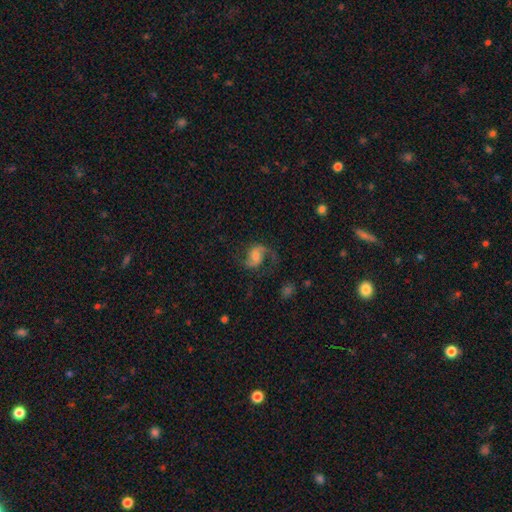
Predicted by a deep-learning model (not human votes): Smooth or featured: featured or disk — 79% (smooth — 13%)
Edge-on disk: no — 98% (yes — 2%)
Bar: no — 51% (weak — 37%)
Spiral arms: yes — 95% (no — 5%)
Spiral winding: medium — 46% (loose — 44%)
Spiral arm count: 2 — 86% (1 — 8%)
Bulge size: moderate — 55% (small — 30%)
Merging: none — 66% (minor disturbance — 16%)